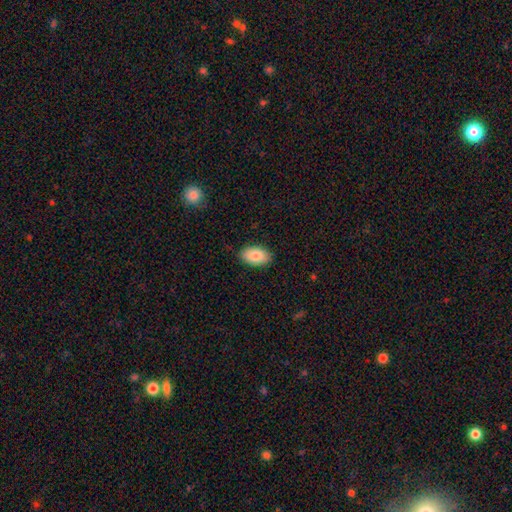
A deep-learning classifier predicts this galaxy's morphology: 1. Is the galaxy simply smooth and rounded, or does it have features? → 85% smooth, 9% featured or disk, 6% star or artifact.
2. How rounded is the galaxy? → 94% in between, 5% round, 1% cigar-shaped.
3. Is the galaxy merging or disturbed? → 88% none, 9% minor disturbance, 2% major disturbance, 1% merger.